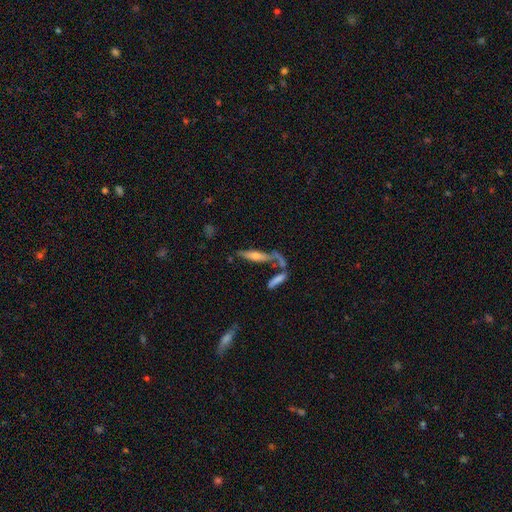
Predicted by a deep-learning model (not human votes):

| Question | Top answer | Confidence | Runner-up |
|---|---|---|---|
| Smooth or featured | featured or disk | 55% | smooth (35%) |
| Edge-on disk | yes | 82% | no (18%) |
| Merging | none | 50% | merger (28%) |